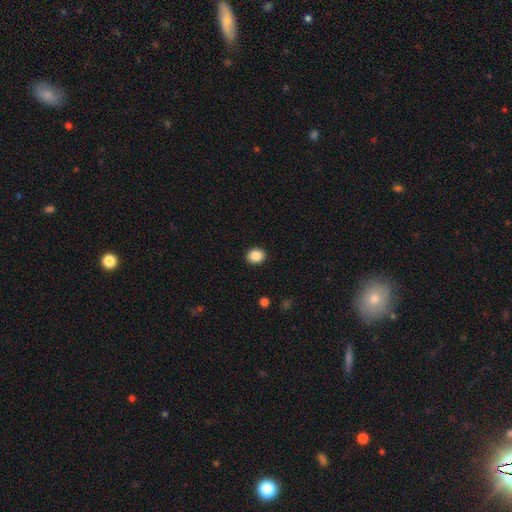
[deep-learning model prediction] Overall: smooth (87%). How rounded: round (57%; in between 42%). Merging: none (91%).